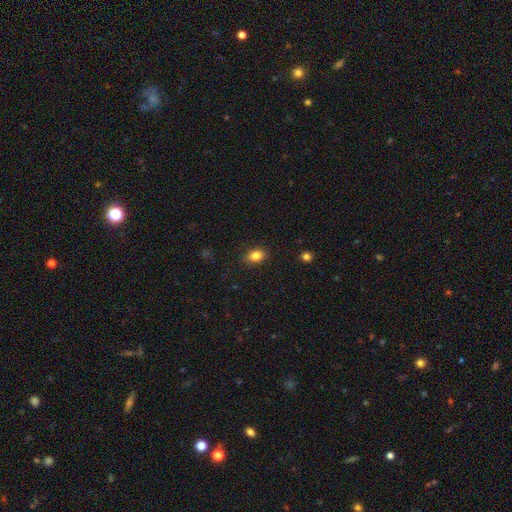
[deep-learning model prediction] Smooth or featured? Predicted: smooth (p=0.84). How rounded? Predicted: in between (p=0.81). Merging? Predicted: none (p=0.87).